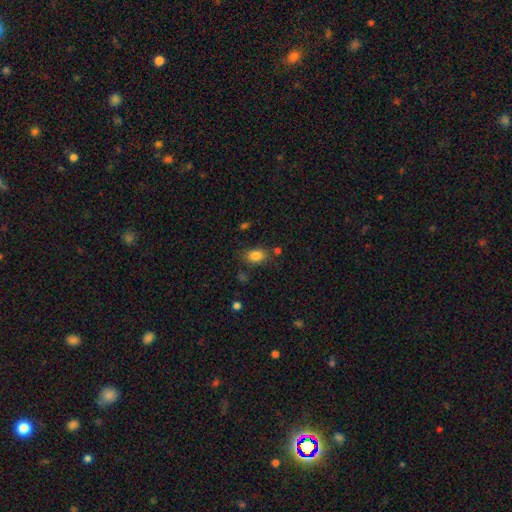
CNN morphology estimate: This is clearly a smooth galaxy (83%). How rounded: likely in between (79%). Merging: likely none (76%).